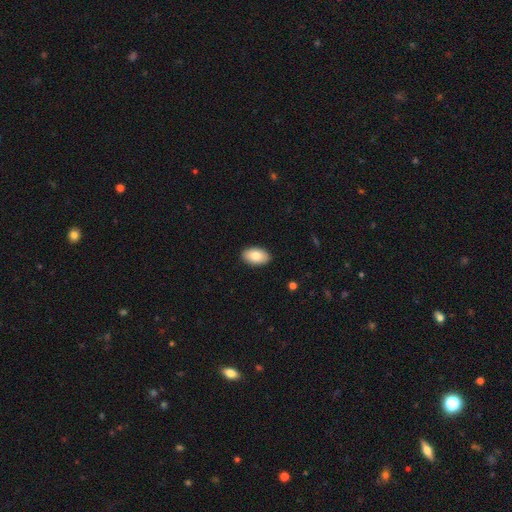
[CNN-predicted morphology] Smooth or featured? Predicted: smooth (p=0.83). How rounded? Predicted: in between (p=0.94). Merging? Predicted: none (p=0.90).